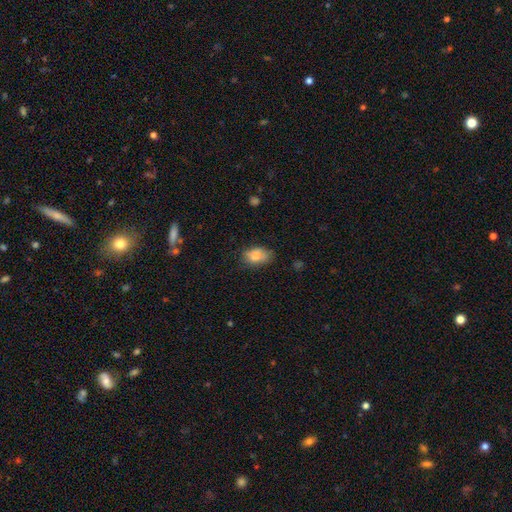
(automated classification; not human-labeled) Q: Smooth or featured?
A: smooth (82%); runner-up: featured or disk (10%)
Q: How rounded?
A: in between (84%); runner-up: round (14%)
Q: Merging?
A: none (63%); runner-up: minor disturbance (28%)